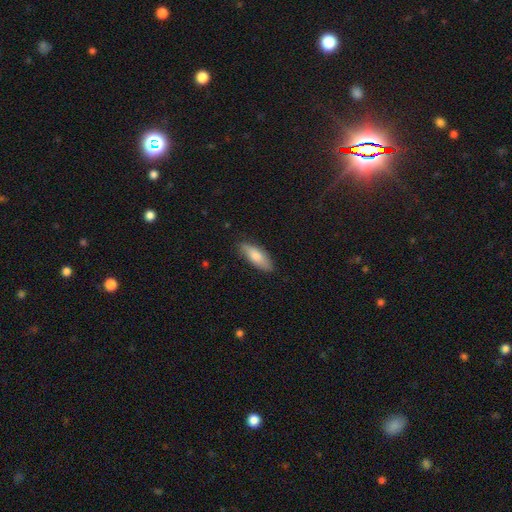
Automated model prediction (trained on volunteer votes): This appears to be a smooth galaxy with no disk features (78%) that is in between round and cigar-shaped (67%). Merging: none (82%).